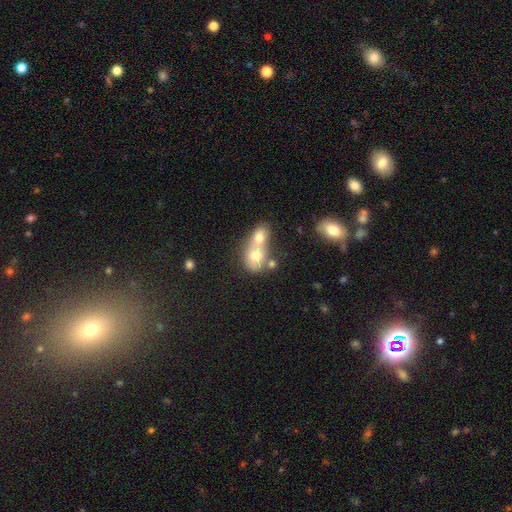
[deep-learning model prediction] smooth 66%, featured or disk 23%, star or artifact 11%. Down the decision tree: how rounded — round (52%); merging — merger (74%).